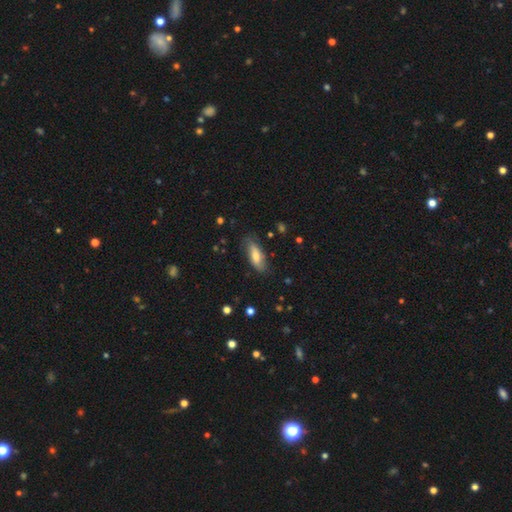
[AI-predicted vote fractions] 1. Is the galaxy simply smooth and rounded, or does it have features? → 62% smooth, 30% featured or disk, 8% star or artifact.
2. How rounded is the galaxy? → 66% in between, 32% cigar-shaped, 2% round.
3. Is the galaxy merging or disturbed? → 75% none, 18% minor disturbance, 5% major disturbance, 1% merger.